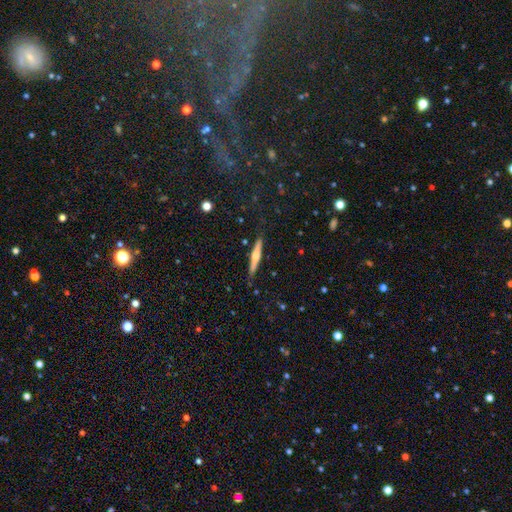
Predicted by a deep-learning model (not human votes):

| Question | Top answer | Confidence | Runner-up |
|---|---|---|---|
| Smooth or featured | featured or disk | 57% | smooth (36%) |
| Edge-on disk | yes | 97% | no (3%) |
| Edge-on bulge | rounded | 80% | boxy (10%) |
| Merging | none | 87% | minor disturbance (10%) |